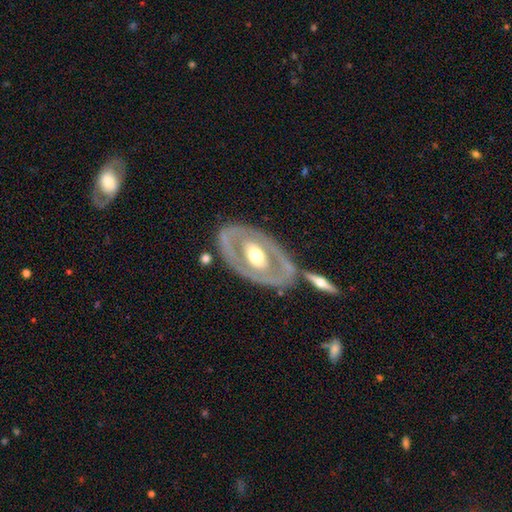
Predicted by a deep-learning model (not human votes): This appears to be a featured or disk galaxy (69%) with no bar (67%), no spiral arms (78%) and a moderate central bulge (70%). Merging: none (73%).